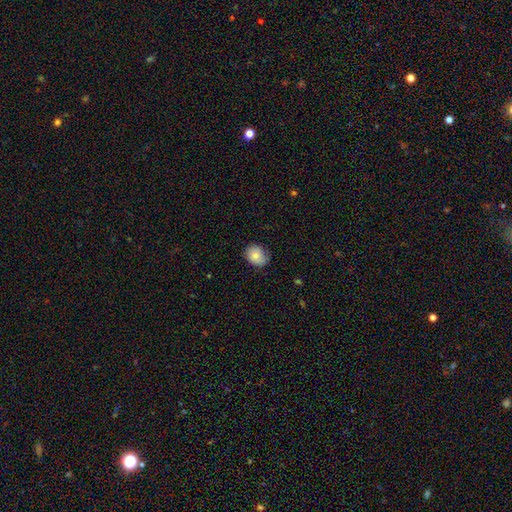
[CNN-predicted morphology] Overall: smooth (78%). How rounded: round (56%; in between 43%). Merging: none (69%).